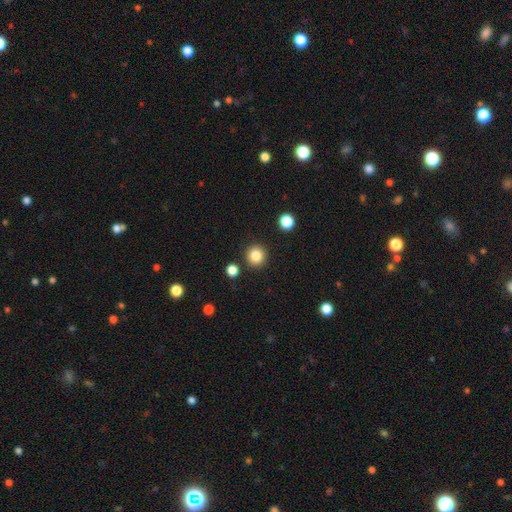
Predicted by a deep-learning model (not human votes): Smooth or featured?
  - smooth: 84% *
  - star or artifact: 11%
  - featured or disk: 5%
How rounded?
  - round: 94% *
  - in between: 5%
  - cigar-shaped: 1%
Merging?
  - none: 90% *
  - minor disturbance: 5%
  - merger: 3%
  - major disturbance: 2%